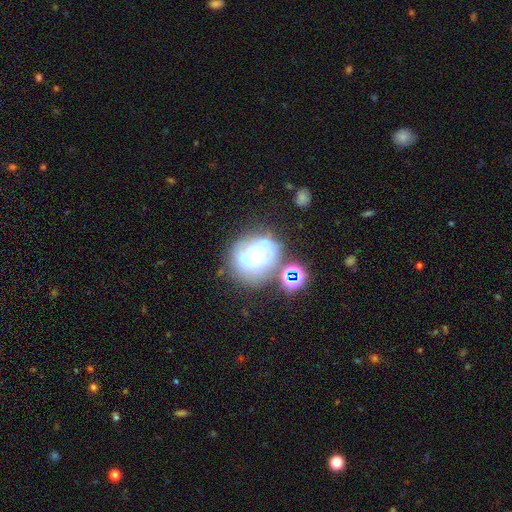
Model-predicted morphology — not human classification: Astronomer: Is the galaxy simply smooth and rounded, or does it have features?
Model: featured or disk — 59%.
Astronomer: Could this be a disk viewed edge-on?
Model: no — 97%.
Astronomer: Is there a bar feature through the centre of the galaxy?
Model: no — 67%.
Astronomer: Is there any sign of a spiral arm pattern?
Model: yes — 63%.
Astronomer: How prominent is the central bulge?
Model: moderate — 50% (runner-up: small, 30%).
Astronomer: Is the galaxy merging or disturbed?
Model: none — 45%.